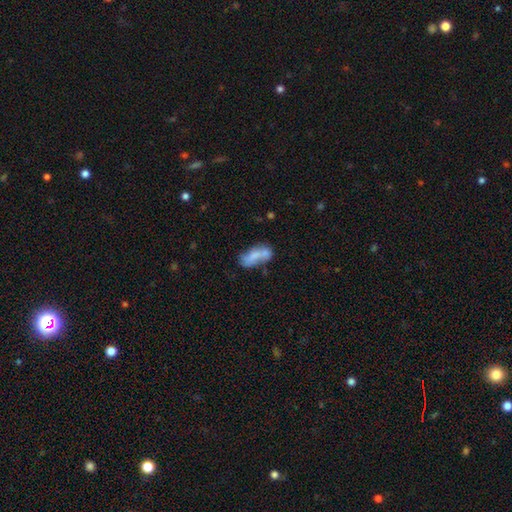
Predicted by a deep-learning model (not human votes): Smooth or featured? Predicted: smooth (p=0.66). How rounded? Predicted: in between (p=0.79). Merging? Predicted: merger (p=0.37).